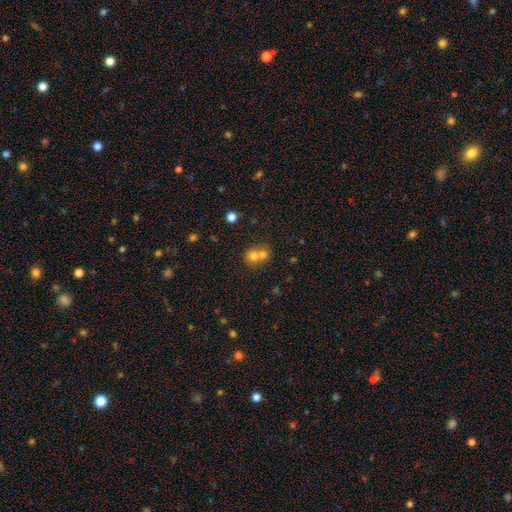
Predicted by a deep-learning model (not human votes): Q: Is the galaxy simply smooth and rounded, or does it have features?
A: smooth — 70%.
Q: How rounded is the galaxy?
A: round — 80%.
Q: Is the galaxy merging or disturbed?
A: merger — 62%.